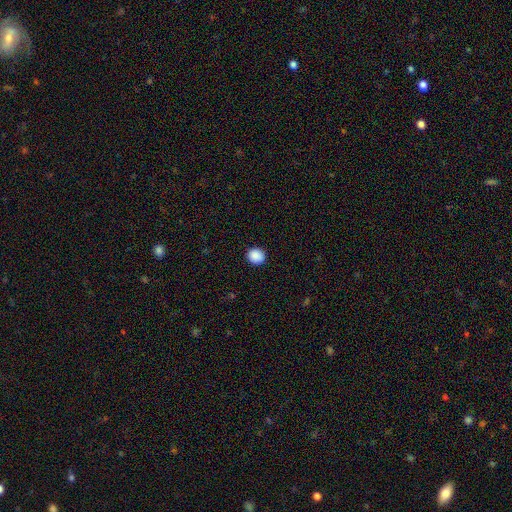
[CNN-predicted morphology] This is clearly a smooth galaxy (89%). How rounded: clearly round (86%). Merging: clearly none (92%).